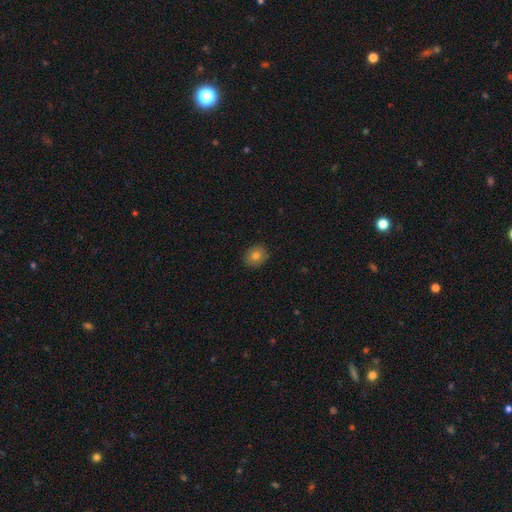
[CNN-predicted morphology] type=smooth (79%); roundness=round (65%); merging=none (88%).